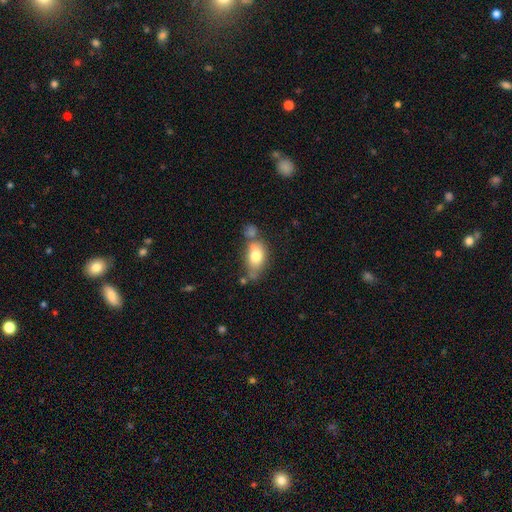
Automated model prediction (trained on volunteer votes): This appears to be a smooth galaxy with no disk features (74%) that is in between round and cigar-shaped (85%). Merging: none (47%).